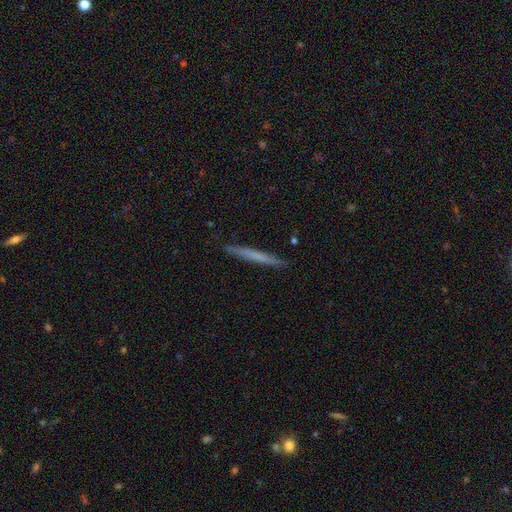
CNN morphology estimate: smooth_or_featured: smooth (p=0.58) [alt: featured or disk p=0.36]
how_rounded: cigar-shaped (p=0.97) [alt: in between p=0.02]
merging: none (p=0.90) [alt: minor disturbance p=0.07]